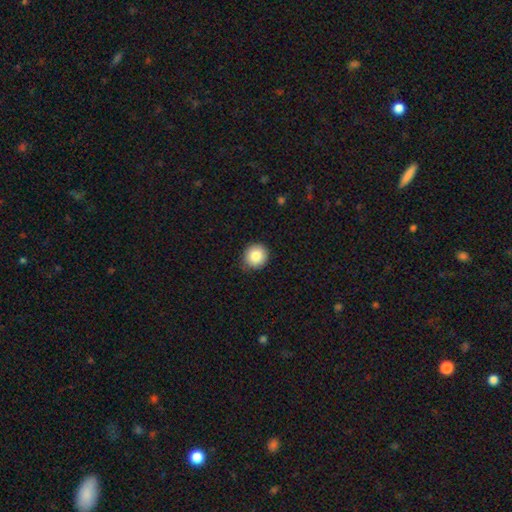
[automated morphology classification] Smooth or featured: smooth — 85% (star or artifact — 9%)
How rounded: round — 92% (in between — 7%)
Merging: none — 87% (minor disturbance — 10%)